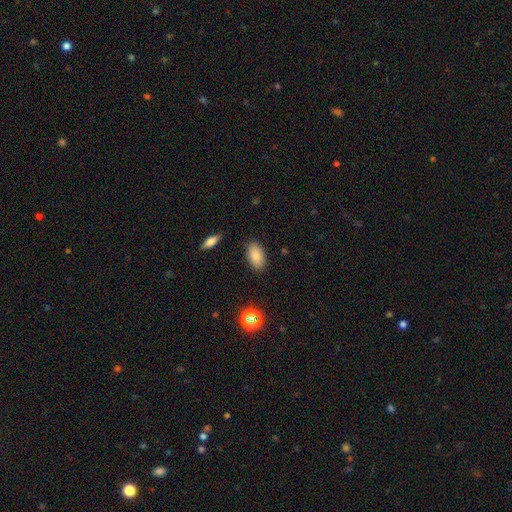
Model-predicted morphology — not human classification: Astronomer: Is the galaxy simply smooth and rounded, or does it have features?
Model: smooth — 83%.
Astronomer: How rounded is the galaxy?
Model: in between — 92%.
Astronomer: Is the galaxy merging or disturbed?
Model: none — 86%.